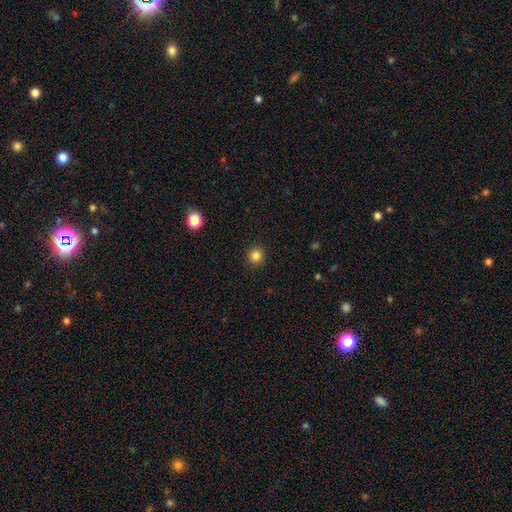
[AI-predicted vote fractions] Smooth or featured?
  - smooth: 83% *
  - star or artifact: 12%
  - featured or disk: 4%
How rounded?
  - round: 93% *
  - in between: 6%
  - cigar-shaped: 1%
Merging?
  - none: 92% *
  - minor disturbance: 5%
  - major disturbance: 2%
  - merger: 1%